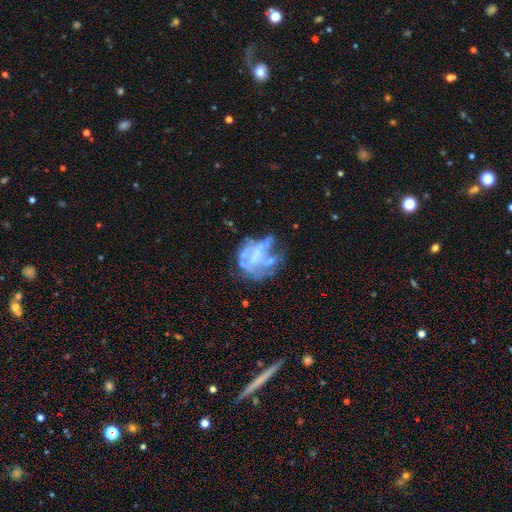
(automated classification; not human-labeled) Smooth or featured: featured or disk — 67% (smooth — 20%)
Edge-on disk: no — 98% (yes — 2%)
Bar: no — 73% (weak — 18%)
Spiral arms: no — 79% (yes — 21%)
Bulge size: none — 65% (small — 18%)
Merging: none — 36% (major disturbance — 33%)